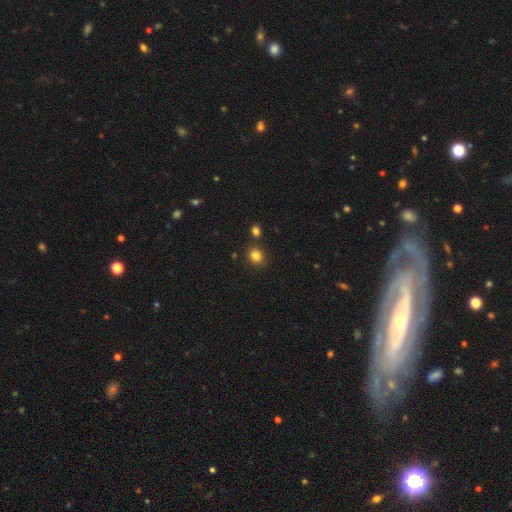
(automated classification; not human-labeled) Smooth or featured? Predicted: smooth (p=0.82). How rounded? Predicted: round (p=0.79). Merging? Predicted: none (p=0.83).